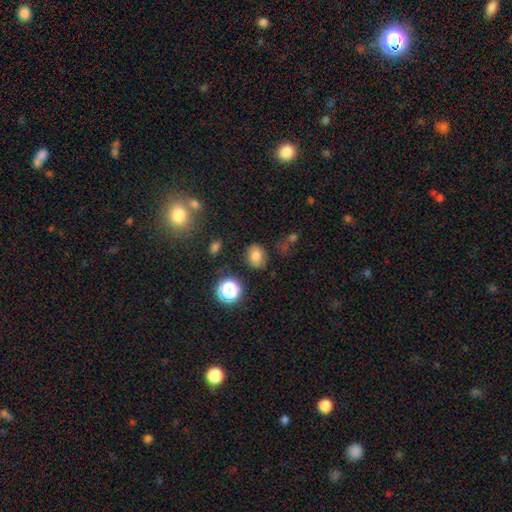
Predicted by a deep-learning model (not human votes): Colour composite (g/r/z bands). It shows a smooth galaxy with no disk features (75%) that is in between round and cigar-shaped (54%). Merging: none (77%).